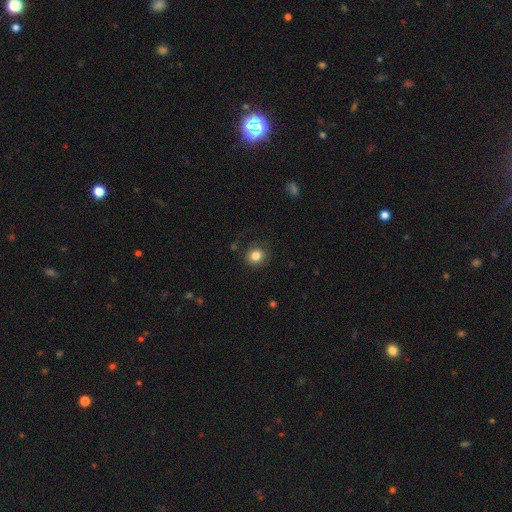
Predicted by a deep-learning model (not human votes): Smooth or featured? smooth (83%)
How rounded? round (87%)
Merging? none (83%)